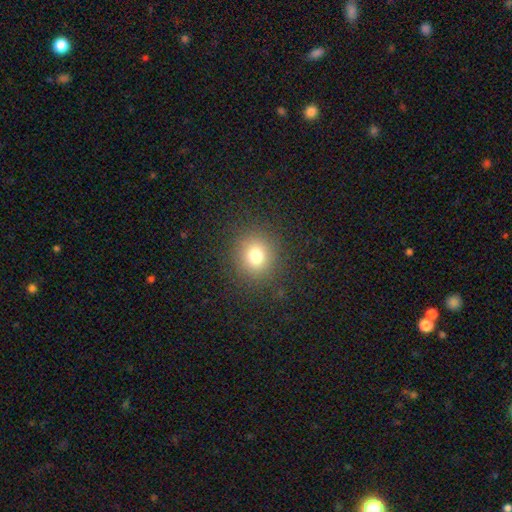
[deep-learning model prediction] Q: Smooth or featured?
A: smooth (76%); runner-up: star or artifact (16%)
Q: How rounded?
A: round (85%); runner-up: in between (14%)
Q: Merging?
A: none (87%); runner-up: minor disturbance (8%)